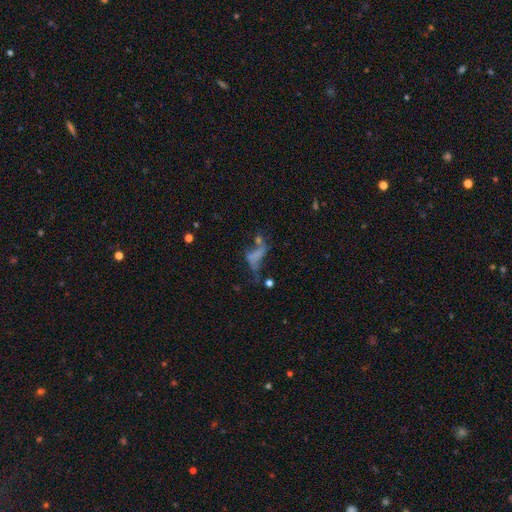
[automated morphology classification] A smooth galaxy with no disk features (39%, tied with featured or disk).

Vote fractions:
- Smooth or featured? smooth: 39% (tied) / featured or disk: 39% (tied) / star or artifact: 22%
- Merging? major disturbance: 35% / merger: 29% / none: 22% / minor disturbance: 13%